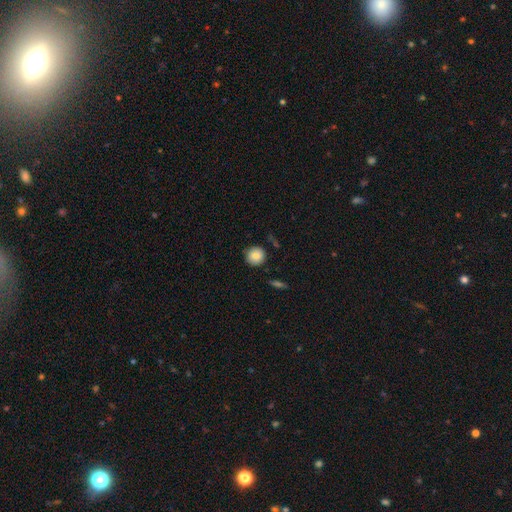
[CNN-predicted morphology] Smooth or featured? smooth (84%)
How rounded? round (92%)
Merging? none (87%)